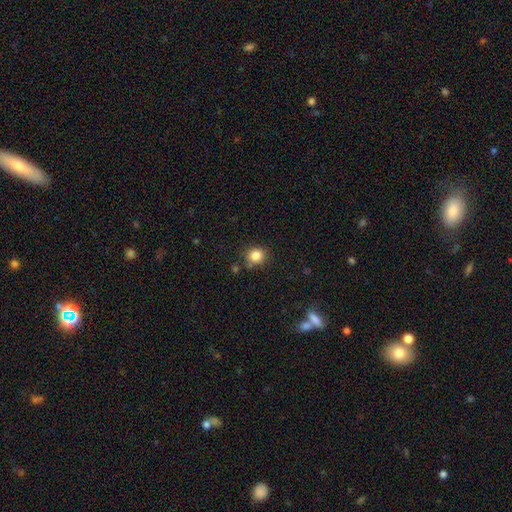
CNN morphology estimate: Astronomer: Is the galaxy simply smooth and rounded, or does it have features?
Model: smooth — 84%.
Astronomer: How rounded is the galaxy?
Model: round — 84%.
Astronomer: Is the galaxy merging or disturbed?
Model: none — 80%.